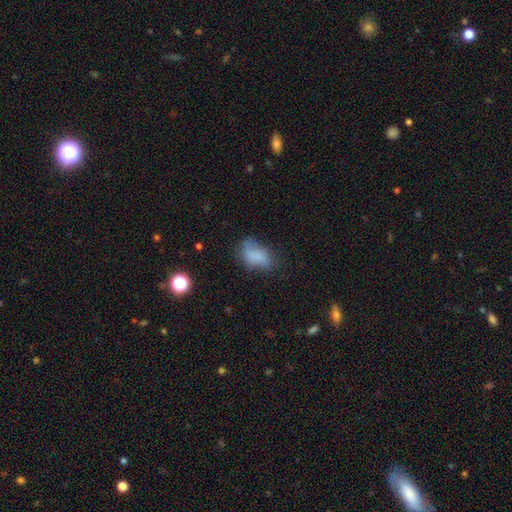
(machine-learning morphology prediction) Overall: smooth (77%). How rounded: in between (87%). Merging: none (50%; minor disturbance 32%).